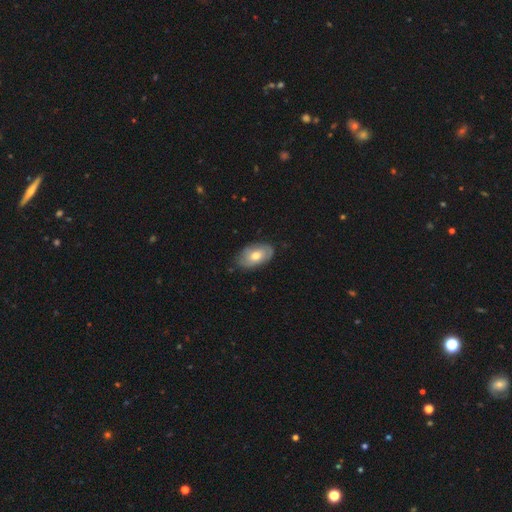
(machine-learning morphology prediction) This appears to be a smooth galaxy with no disk features (58%) that is in between round and cigar-shaped (92%). Merging: none (78%).